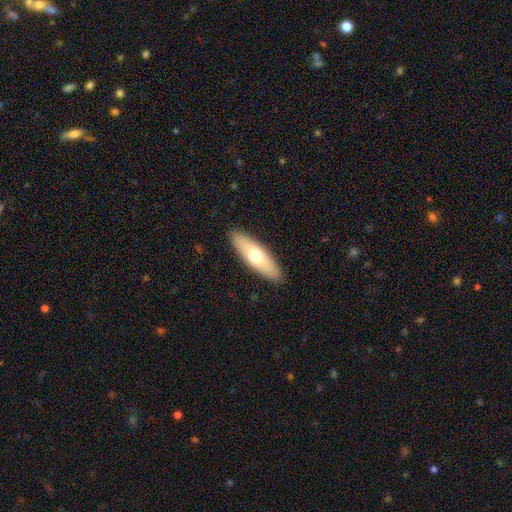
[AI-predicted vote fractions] This appears to be a smooth galaxy with no disk features (62%) that is in between round and cigar-shaped (50%). Merging: none (90%).